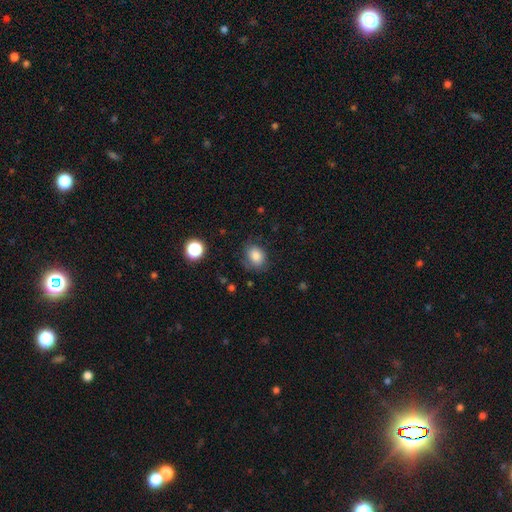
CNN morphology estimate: Smooth or featured? Predicted: smooth (p=0.81). How rounded? Predicted: in between (p=0.53). Merging? Predicted: none (p=0.70).